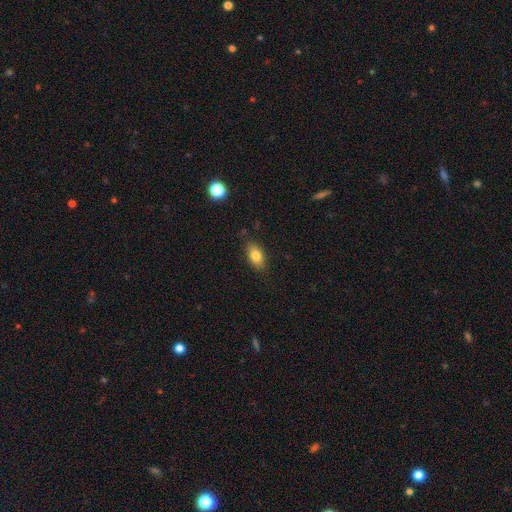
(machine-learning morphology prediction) Smooth or featured? smooth (82%)
How rounded? in between (89%)
Merging? none (84%)